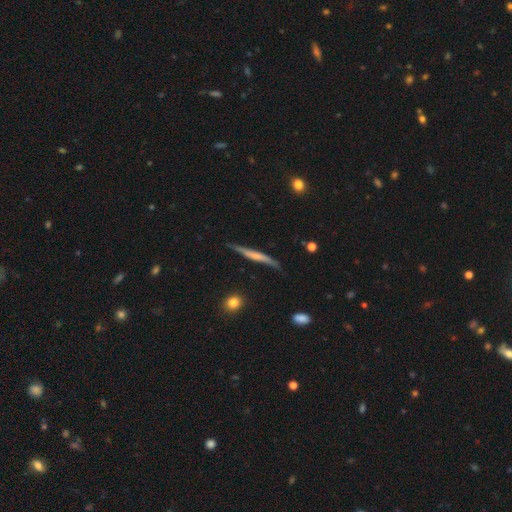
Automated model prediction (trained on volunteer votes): A featured or disk galaxy (55%) viewed edge-on (91%) with no central bulge (55%). Merging: none (73%).